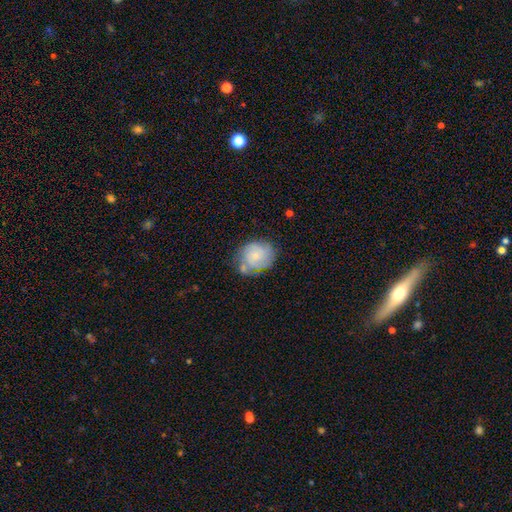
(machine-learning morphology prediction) The model was most divided on "smooth or featured": smooth: 53%, featured or disk: 40%, star or artifact: 8%. More confident: how rounded — round (61%); merging — none (55%).